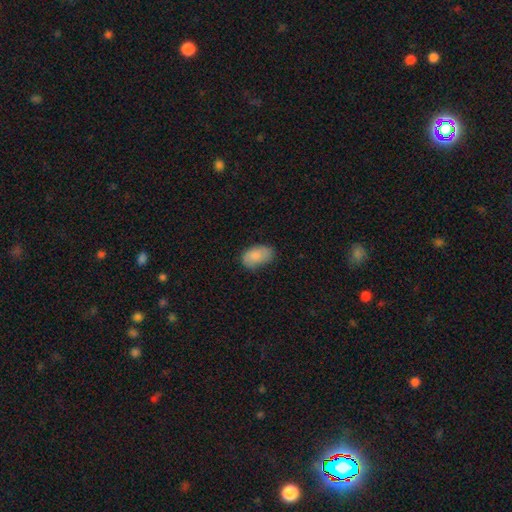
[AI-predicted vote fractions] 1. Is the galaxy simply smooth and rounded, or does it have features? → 84% smooth, 10% featured or disk, 7% star or artifact.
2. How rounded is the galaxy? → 92% in between, 7% round, 1% cigar-shaped.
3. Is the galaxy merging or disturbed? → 65% none, 28% minor disturbance, 6% major disturbance, 2% merger.